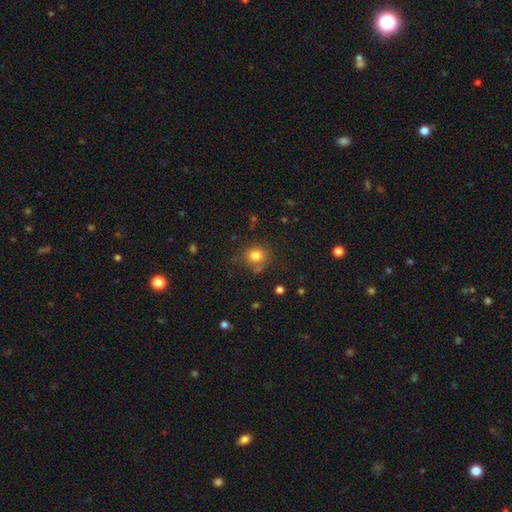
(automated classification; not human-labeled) Smooth or featured? smooth (80%)
How rounded? round (82%)
Merging? none (72%)